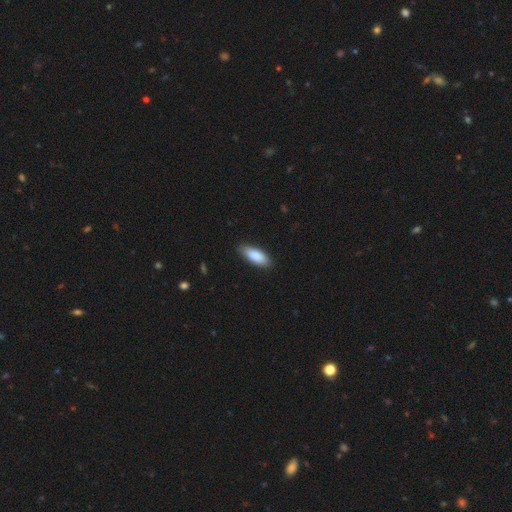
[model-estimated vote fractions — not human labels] Morphology: type=smooth (88%); roundness=in between (75%); merging=none (84%).